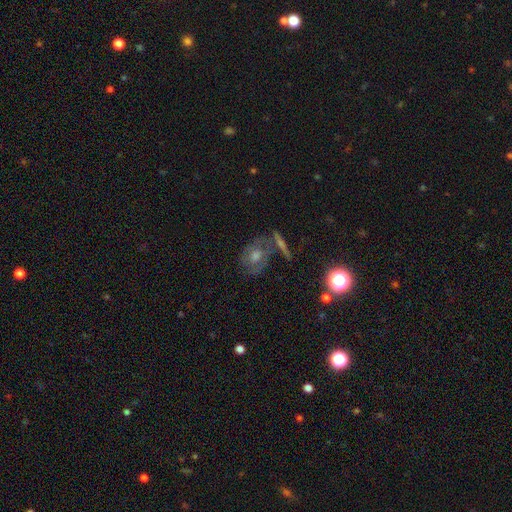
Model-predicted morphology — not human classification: The model was most divided on "smooth or featured": featured or disk: 52%, smooth: 26%, star or artifact: 22%. More confident: edge-on disk — no (89%); merging — none (61%).